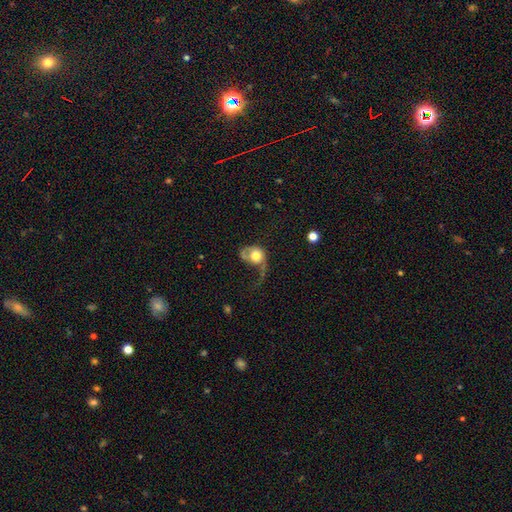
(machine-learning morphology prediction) A smooth galaxy with no disk features (52%) that is round (65%).

Vote fractions:
- Smooth or featured? smooth: 52% / featured or disk: 41% / star or artifact: 7%
- How rounded? round: 65% / in between: 34% / cigar-shaped: 1%
- Merging? major disturbance: 61% / none: 18% / minor disturbance: 16% / merger: 6%